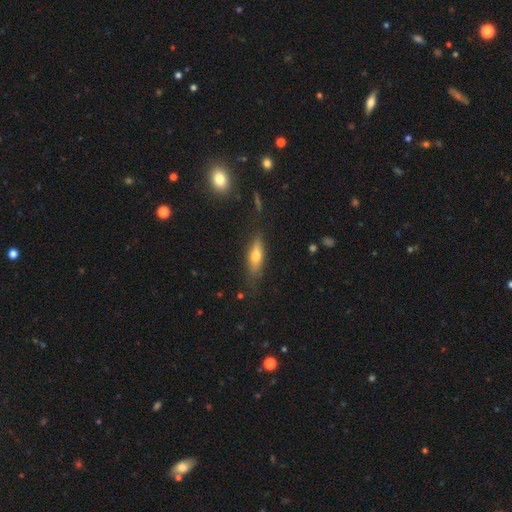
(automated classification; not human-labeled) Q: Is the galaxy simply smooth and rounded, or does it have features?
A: smooth — 54%.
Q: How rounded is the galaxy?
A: cigar-shaped — 55%.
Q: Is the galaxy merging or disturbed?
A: none — 77%.